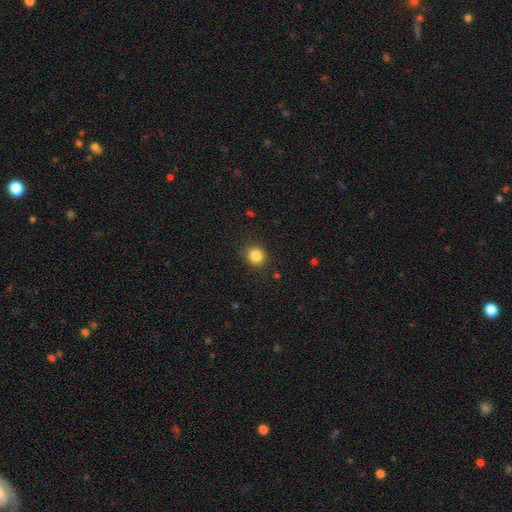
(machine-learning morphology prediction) This is clearly a smooth galaxy (85%). How rounded: clearly round (86%). Merging: clearly none (87%).